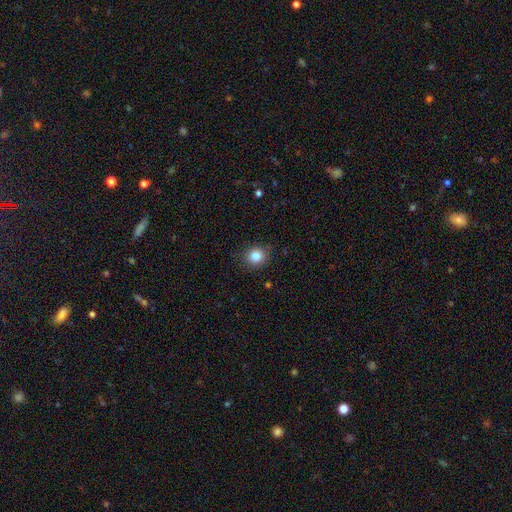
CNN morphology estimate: type=smooth (83%); roundness=round (82%); merging=none (89%).